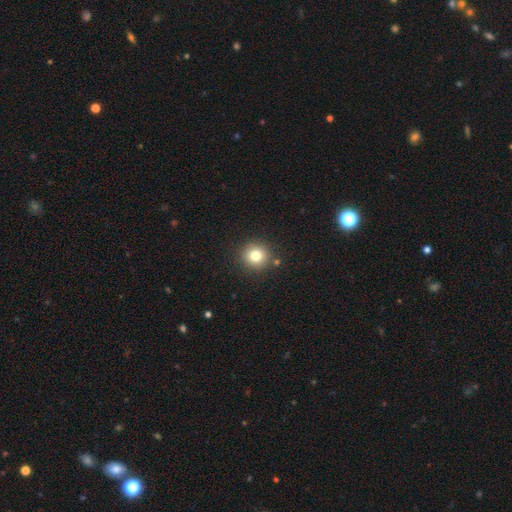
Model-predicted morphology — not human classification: Q: Smooth or featured?
A: smooth (79%); runner-up: star or artifact (12%)
Q: How rounded?
A: round (92%); runner-up: in between (7%)
Q: Merging?
A: none (86%); runner-up: minor disturbance (8%)